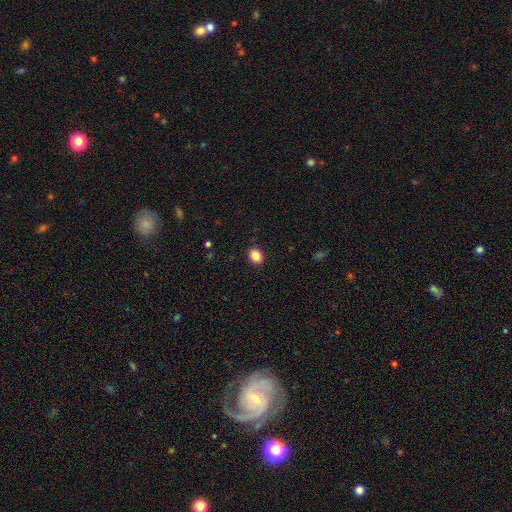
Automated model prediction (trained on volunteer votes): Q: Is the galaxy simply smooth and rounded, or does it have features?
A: smooth — 86%.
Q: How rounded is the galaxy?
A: round — 53%.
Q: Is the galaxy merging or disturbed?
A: none — 90%.